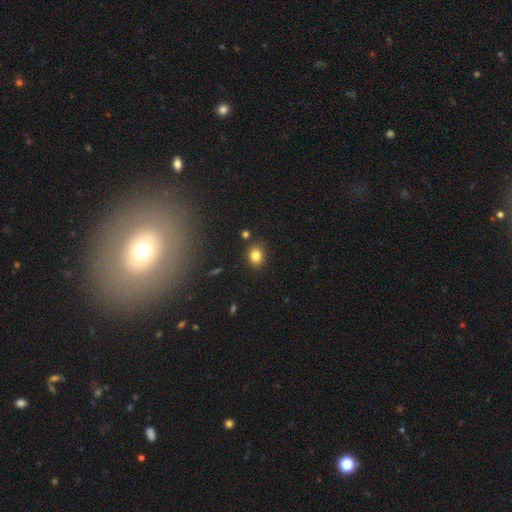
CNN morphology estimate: Smooth or featured? smooth (82%)
How rounded? round (59%)
Merging? none (86%)